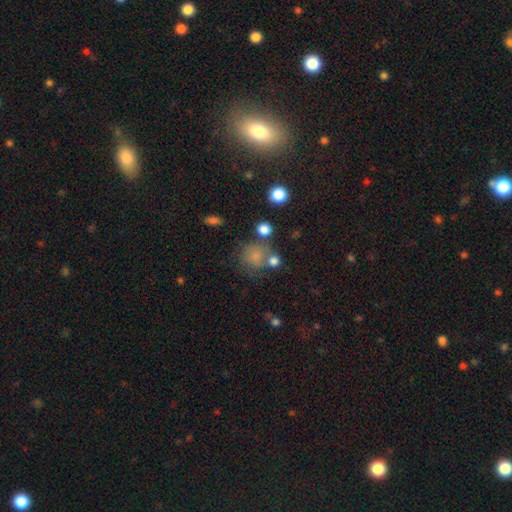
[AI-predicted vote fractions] This is likely a smooth galaxy (73%). How rounded: likely round (79%). Merging: possibly none (55%).